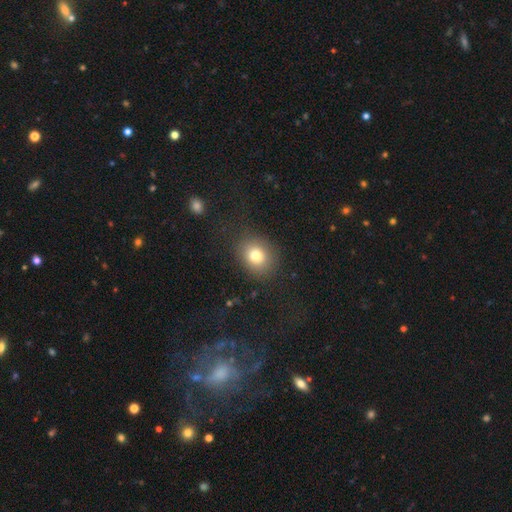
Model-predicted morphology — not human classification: The model was most divided on "how rounded": round: 56%, in between: 43%, cigar-shaped: 1%. More confident: merging — none (81%); smooth or featured — smooth (79%).